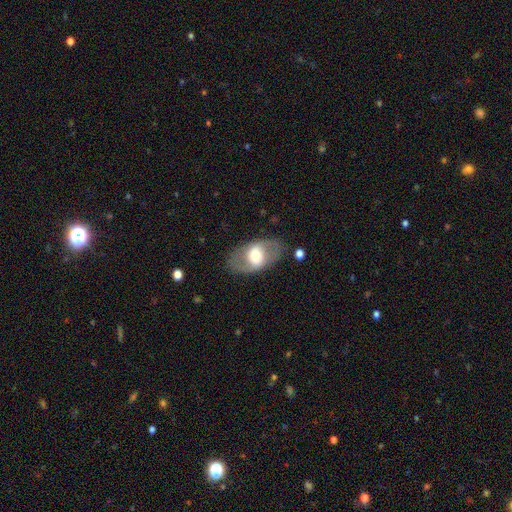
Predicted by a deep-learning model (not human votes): featured or disk 54%, smooth 39%, star or artifact 6%. Down the decision tree: edge-on disk — no (90%); merging — none (79%).